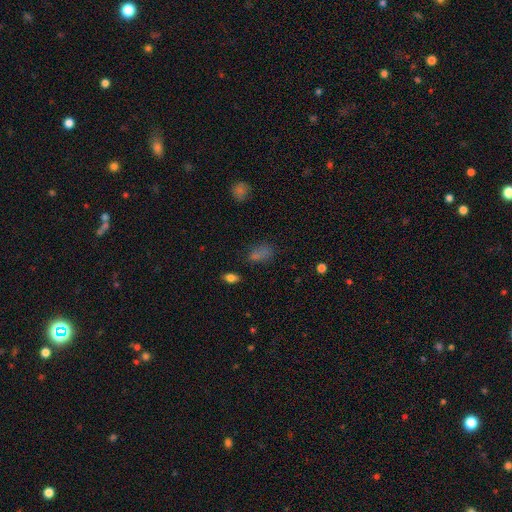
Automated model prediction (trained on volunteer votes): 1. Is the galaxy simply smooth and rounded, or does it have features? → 67% smooth, 25% star or artifact, 8% featured or disk.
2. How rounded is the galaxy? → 83% in between, 11% round, 6% cigar-shaped.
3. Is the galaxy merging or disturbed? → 68% none, 18% minor disturbance, 9% major disturbance, 5% merger.